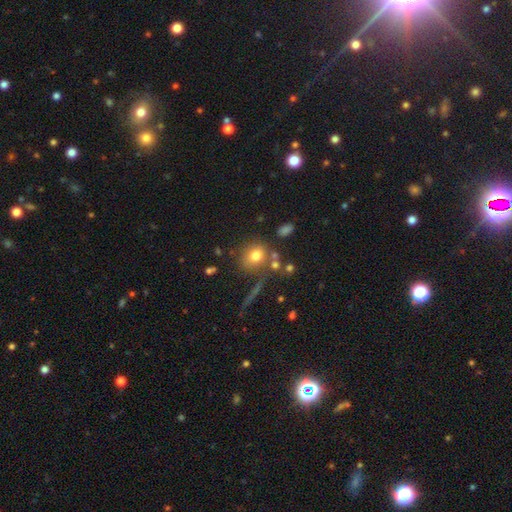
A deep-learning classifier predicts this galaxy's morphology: This is likely a smooth galaxy (76%). How rounded: likely round (64%). Merging: likely none (67%).